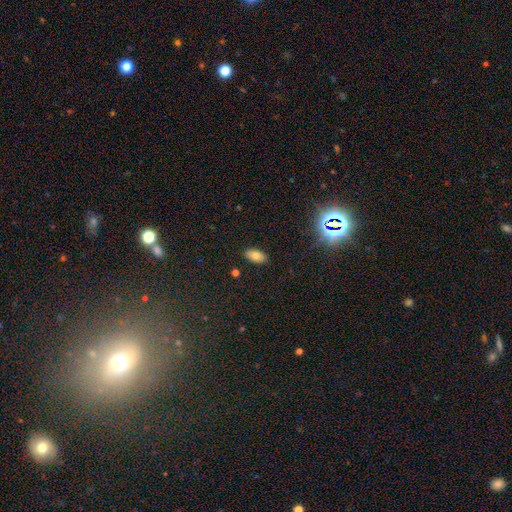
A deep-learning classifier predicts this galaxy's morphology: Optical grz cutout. It shows a smooth galaxy with no disk features (75%) that is in between round and cigar-shaped (93%). Merging: none (87%).